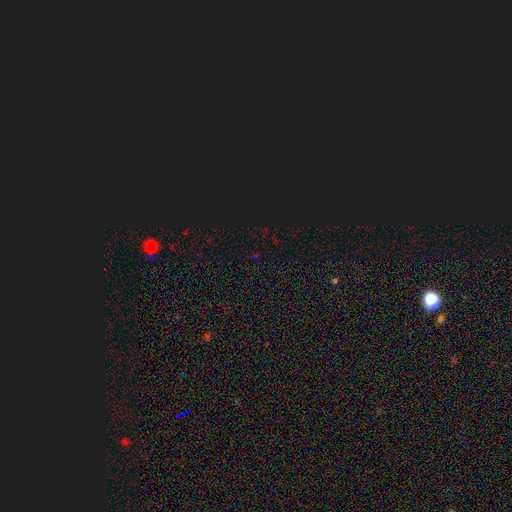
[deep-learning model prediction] Morphology: type=star or artifact (74%).